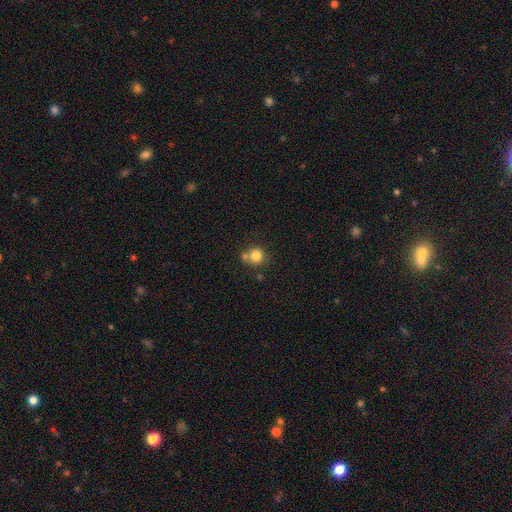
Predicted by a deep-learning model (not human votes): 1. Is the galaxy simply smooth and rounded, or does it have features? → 81% smooth, 11% star or artifact, 8% featured or disk.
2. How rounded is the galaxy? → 90% round, 9% in between, 1% cigar-shaped.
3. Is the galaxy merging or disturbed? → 59% none, 27% merger, 10% minor disturbance, 4% major disturbance.